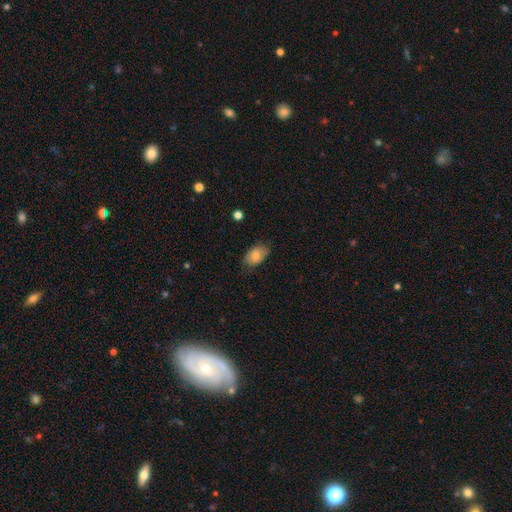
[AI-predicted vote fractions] Smooth or featured: smooth — 79% (featured or disk — 14%)
How rounded: in between — 89% (round — 9%)
Merging: none — 74% (minor disturbance — 21%)